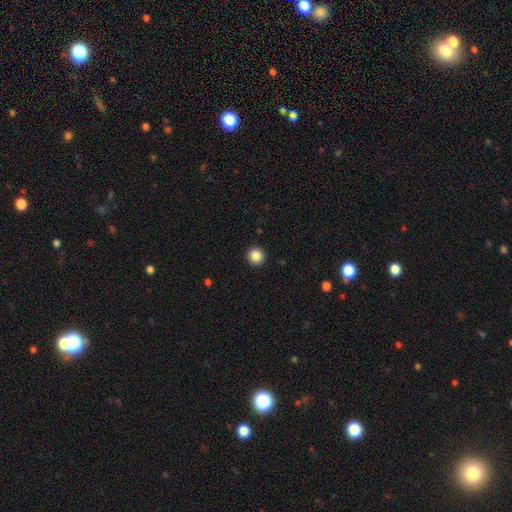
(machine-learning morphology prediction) A smooth galaxy with no disk features (86%) that is round (95%). Merging: none (93%).